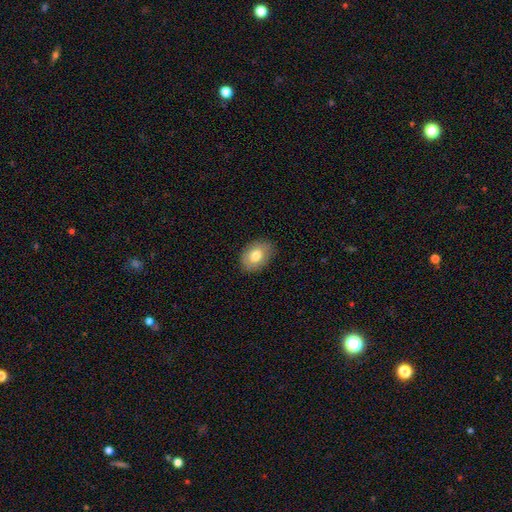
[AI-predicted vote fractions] The model was most divided on "how rounded": in between: 78%, round: 21%, cigar-shaped: 1%. More confident: merging — none (85%); smooth or featured — smooth (76%).